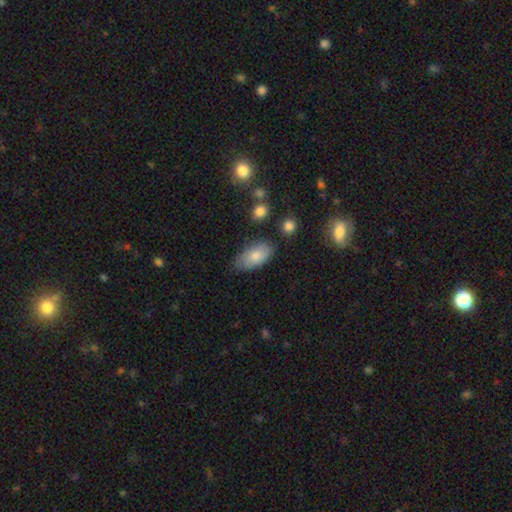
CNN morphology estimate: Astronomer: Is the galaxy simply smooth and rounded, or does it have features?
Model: smooth — 80%.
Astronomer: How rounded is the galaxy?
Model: in between — 93%.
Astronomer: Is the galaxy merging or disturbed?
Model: none — 72%.